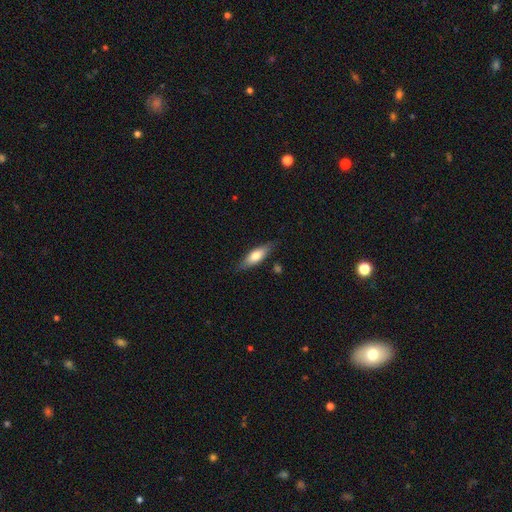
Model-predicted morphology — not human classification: Smooth or featured? Predicted: smooth (p=0.68). How rounded? Predicted: in between (p=0.56). Merging? Predicted: none (p=0.80).